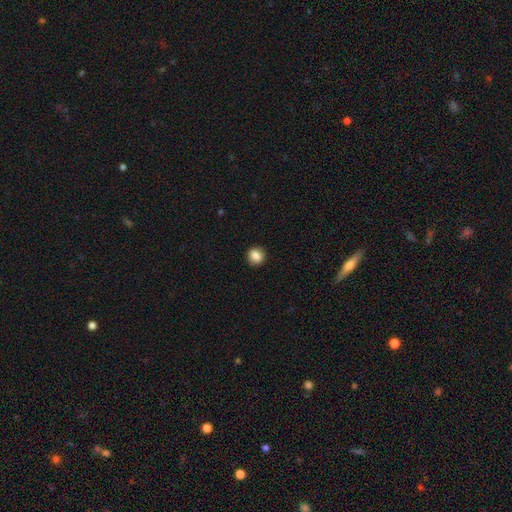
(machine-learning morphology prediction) smooth-or-featured: smooth: 86% | star or artifact: 9% | featured or disk: 5%
  how-rounded: round: 78% | in between: 21% | cigar-shaped: 1%
  merging: none: 89% | minor disturbance: 8% | major disturbance: 2% | merger: 1%